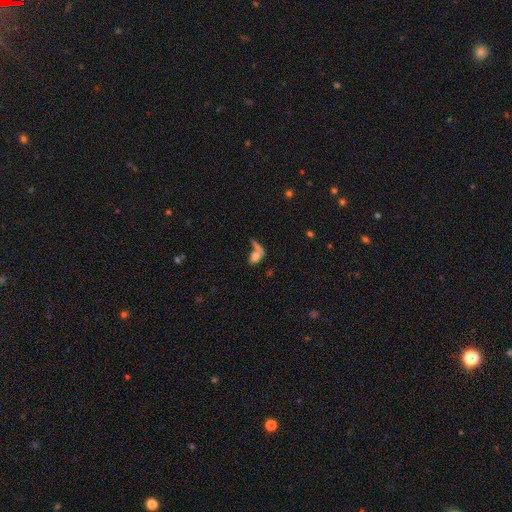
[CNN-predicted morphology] Smooth or featured? Predicted: smooth (p=0.65). How rounded? Predicted: in between (p=0.64). Merging? Predicted: merger (p=0.39).